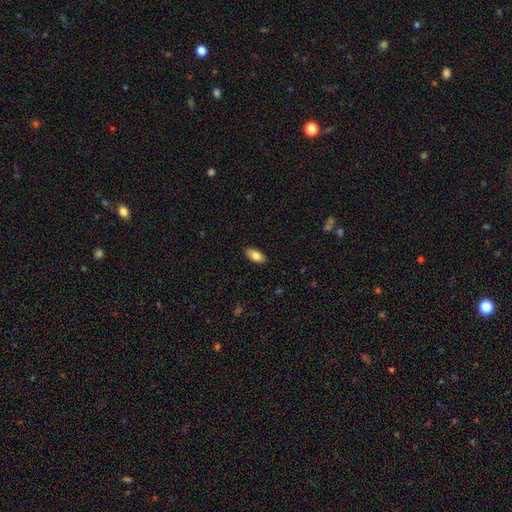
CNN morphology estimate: Overall: smooth (83%). How rounded: in between (92%). Merging: none (89%).